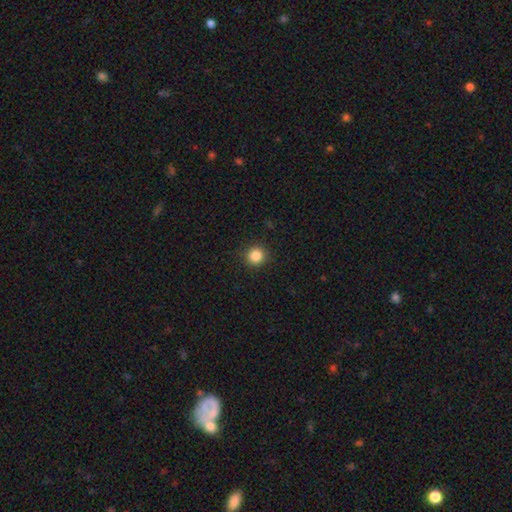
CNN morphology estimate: The model was most divided on "smooth or featured": smooth: 85%, star or artifact: 11%, featured or disk: 4%. More confident: how rounded — round (94%); merging — none (92%).